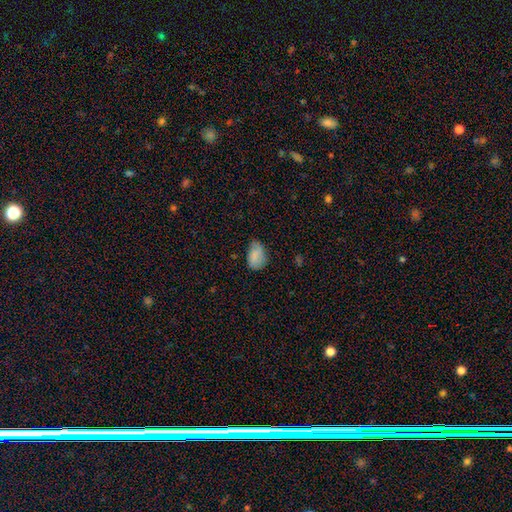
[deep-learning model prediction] smooth_or_featured: smooth (p=0.82) [alt: featured or disk p=0.10]
how_rounded: in between (p=0.86) [alt: round p=0.13]
merging: none (p=0.56) [alt: minor disturbance p=0.35]